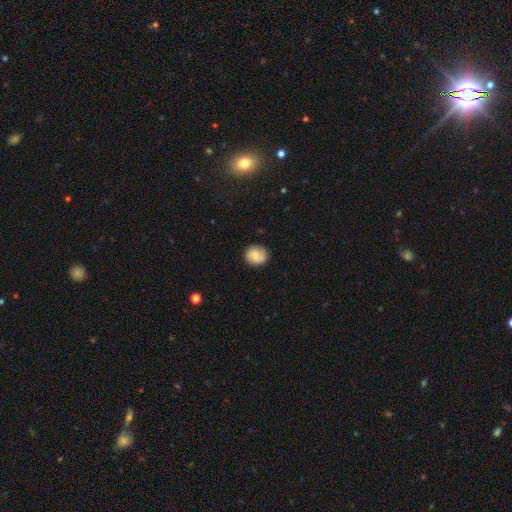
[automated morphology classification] Smooth or featured? Predicted: smooth (p=0.70). How rounded? Predicted: round (p=0.79). Merging? Predicted: none (p=0.82).